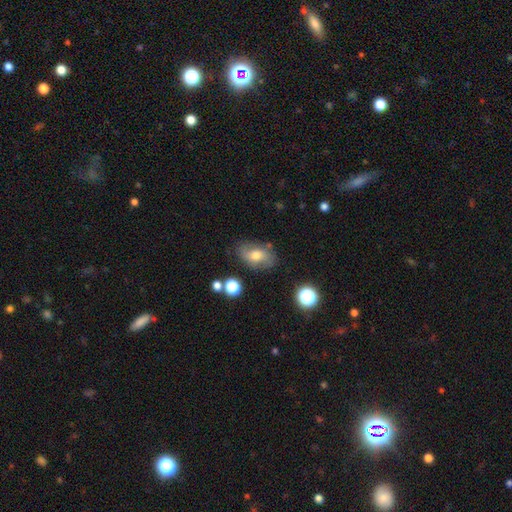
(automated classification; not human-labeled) A smooth galaxy with no disk features (52%) that is in between round and cigar-shaped (84%).

Vote fractions:
- Smooth or featured? smooth: 52% / featured or disk: 38% / star or artifact: 10%
- How rounded? in between: 84% / round: 14% / cigar-shaped: 2%
- Merging? none: 75% / minor disturbance: 17% / major disturbance: 5% / merger: 3%